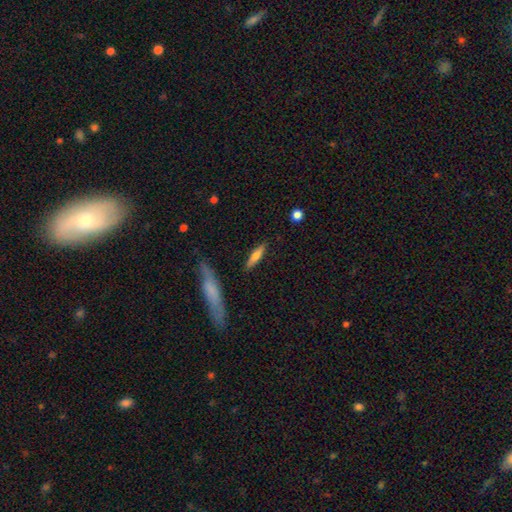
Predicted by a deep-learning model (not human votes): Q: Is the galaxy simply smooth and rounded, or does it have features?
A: smooth — 61%.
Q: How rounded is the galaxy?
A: cigar-shaped — 74%.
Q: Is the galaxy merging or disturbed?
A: none — 86%.